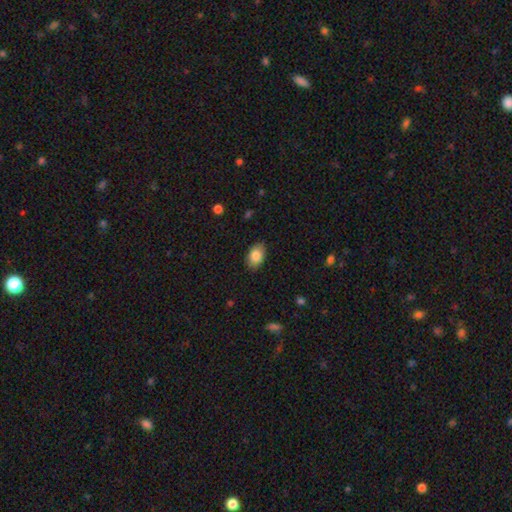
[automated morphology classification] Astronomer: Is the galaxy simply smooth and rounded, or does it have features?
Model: smooth — 86%.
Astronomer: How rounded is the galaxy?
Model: in between — 88%.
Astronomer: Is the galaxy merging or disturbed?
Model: none — 85%.